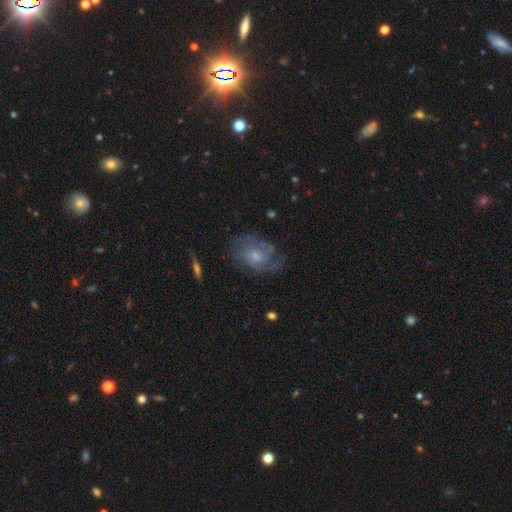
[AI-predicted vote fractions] Smooth or featured? featured or disk (59%)
Edge-on disk? no (96%)
Bar? no (76%)
Spiral arms? yes (73%)
Bulge size? small (63%)
Merging? none (58%)